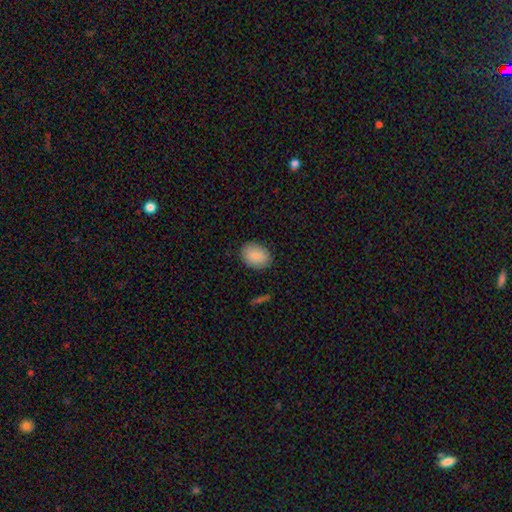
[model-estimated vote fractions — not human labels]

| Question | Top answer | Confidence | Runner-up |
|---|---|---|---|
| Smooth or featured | smooth | 87% | star or artifact (7%) |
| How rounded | in between | 66% | round (33%) |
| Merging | none | 86% | minor disturbance (11%) |